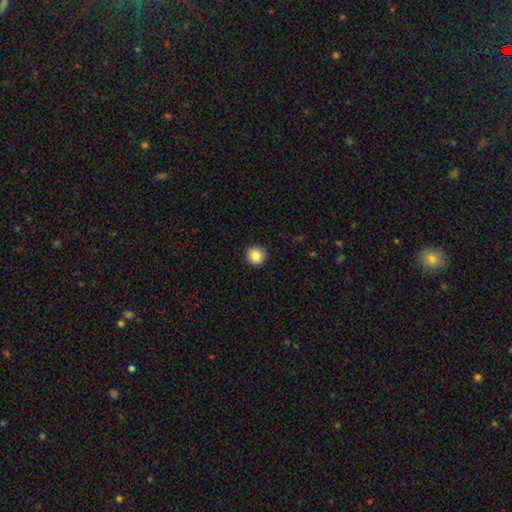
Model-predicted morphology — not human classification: Smooth or featured?
  - smooth: 87% *
  - star or artifact: 9%
  - featured or disk: 4%
How rounded?
  - round: 94% *
  - in between: 5%
  - cigar-shaped: 1%
Merging?
  - none: 93% *
  - minor disturbance: 5%
  - major disturbance: 2%
  - merger: 1%